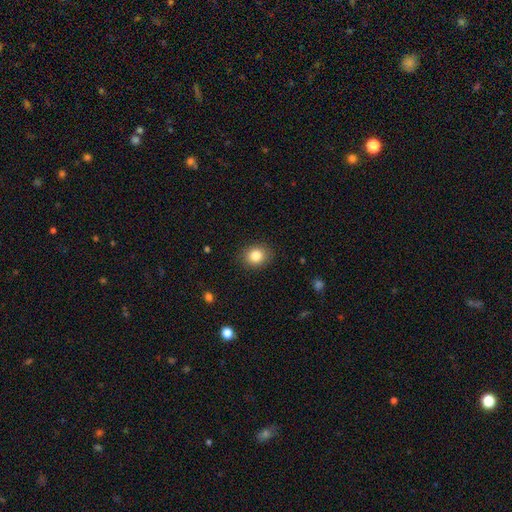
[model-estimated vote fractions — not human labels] This is clearly a smooth galaxy (84%). How rounded: likely round (66%). Merging: clearly none (88%).